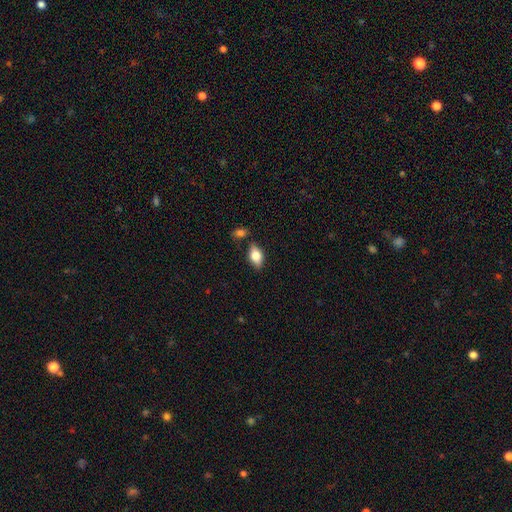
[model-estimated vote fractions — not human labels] A smooth galaxy with no disk features (68%) that is in between round and cigar-shaped (86%).

Vote fractions:
- Smooth or featured? smooth: 68% / featured or disk: 25% / star or artifact: 8%
- How rounded? in between: 86% / cigar-shaped: 7% / round: 7%
- Merging? none: 77% / minor disturbance: 13% / merger: 7% / major disturbance: 3%